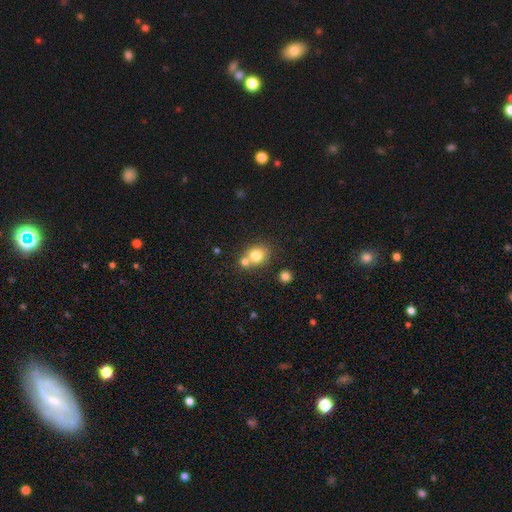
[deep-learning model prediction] A smooth galaxy with no disk features (77%) that is round (68%). Merging: none (47%).